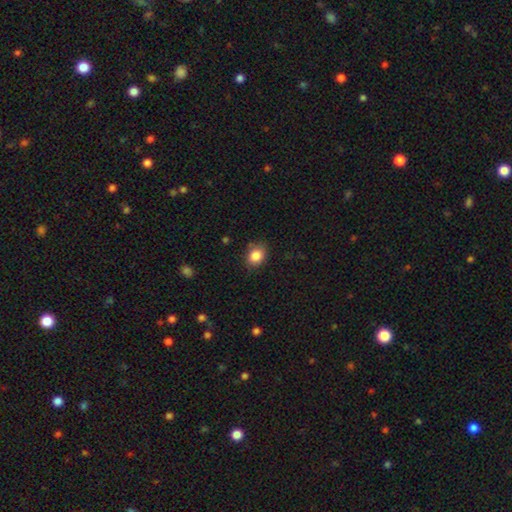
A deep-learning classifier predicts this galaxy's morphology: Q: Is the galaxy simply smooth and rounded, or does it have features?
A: smooth — 85%.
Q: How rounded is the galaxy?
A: round — 53%.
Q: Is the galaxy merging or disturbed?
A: none — 80%.